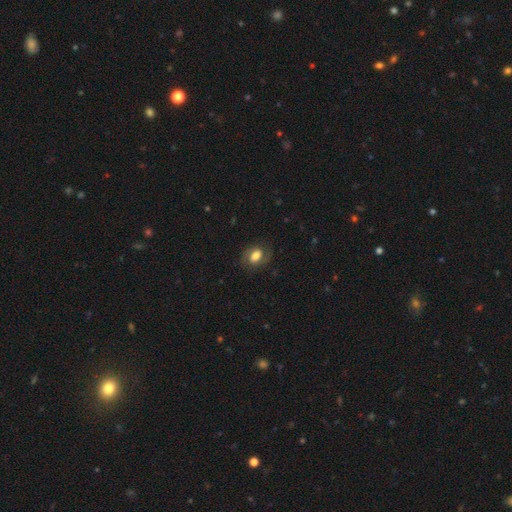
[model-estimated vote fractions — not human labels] Smooth or featured?
  - smooth: 57% *
  - featured or disk: 34%
  - star or artifact: 9%
How rounded?
  - in between: 74% *
  - round: 24%
  - cigar-shaped: 2%
Merging?
  - none: 75% *
  - minor disturbance: 16%
  - major disturbance: 8%
  - merger: 1%